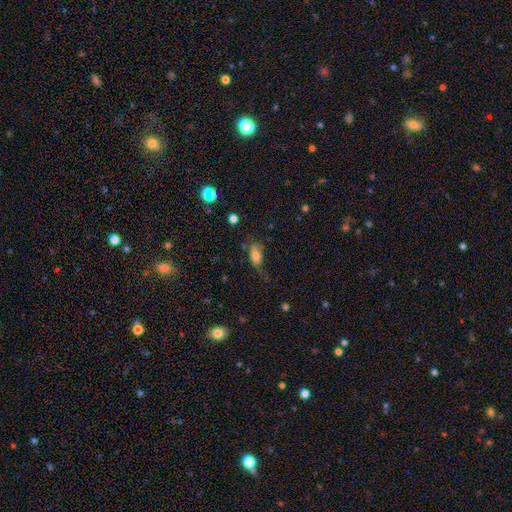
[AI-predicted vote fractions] Morphology: type=smooth (75%); roundness=in between (86%); merging=none (42%).